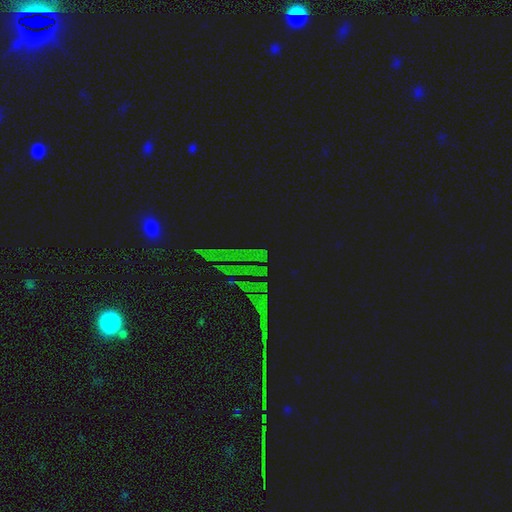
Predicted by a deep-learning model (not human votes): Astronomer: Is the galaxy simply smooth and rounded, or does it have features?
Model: star or artifact — 81%.